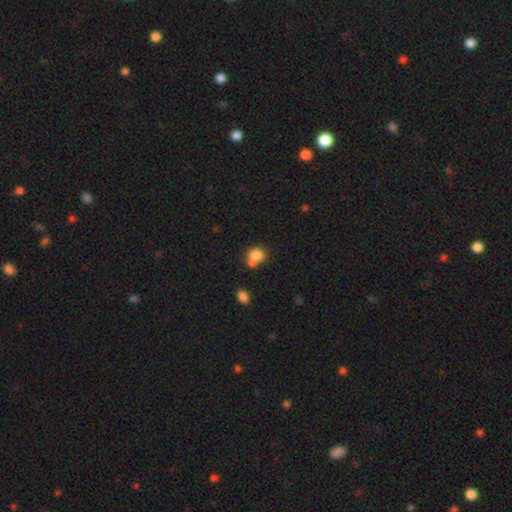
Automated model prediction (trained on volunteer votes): smooth 79%, star or artifact 10%, featured or disk 10%. Down the decision tree: how rounded — round (65%); merging — merger (47%).